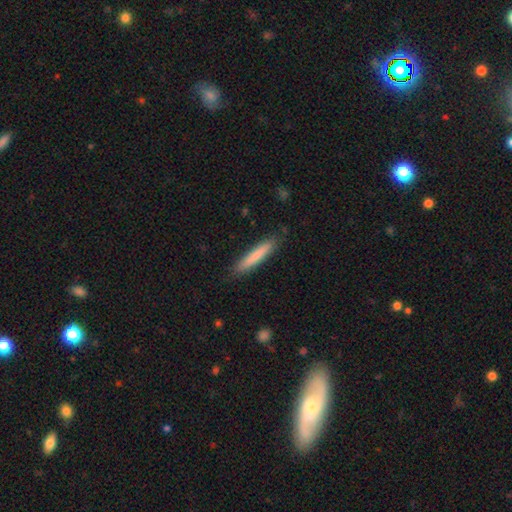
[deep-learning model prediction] Morphology: type=smooth (79%); roundness=cigar-shaped (93%); merging=none (87%).